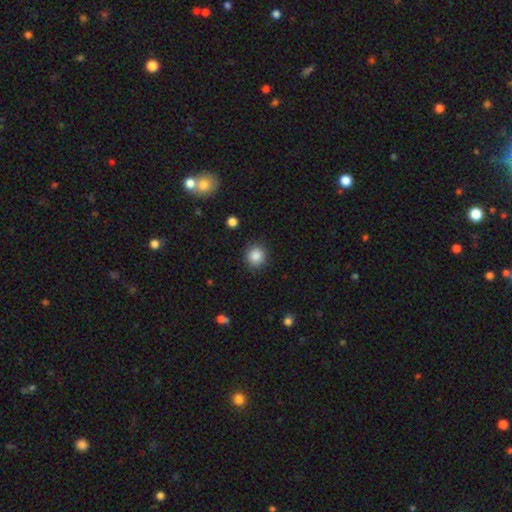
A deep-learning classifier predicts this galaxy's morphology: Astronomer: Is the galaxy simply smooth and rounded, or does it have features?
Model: smooth — 86%.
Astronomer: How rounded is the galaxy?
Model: round — 90%.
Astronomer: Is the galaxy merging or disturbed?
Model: none — 89%.